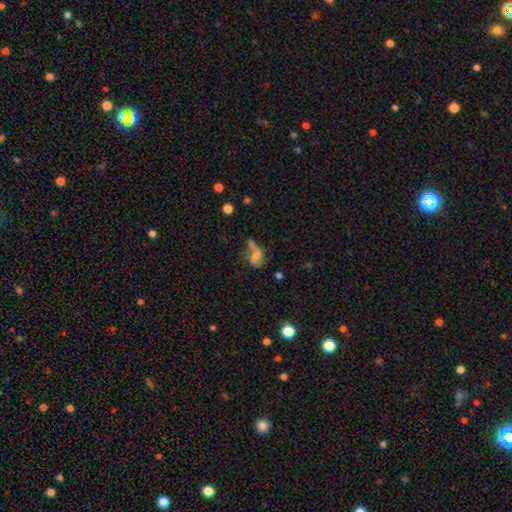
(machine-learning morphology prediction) type=smooth (42%); merging=merger (32%).